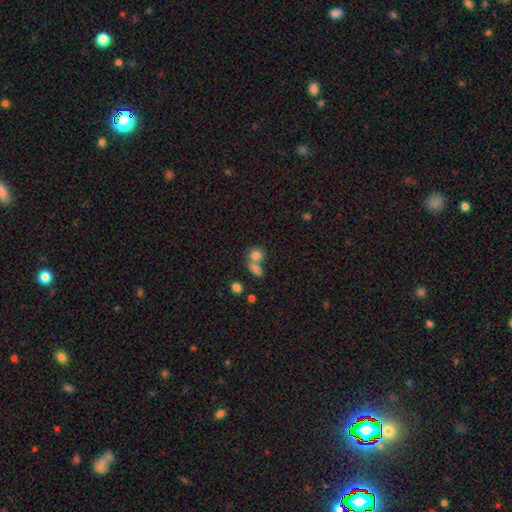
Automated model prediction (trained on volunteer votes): Overall: smooth (78%). How rounded: round (59%; in between 39%). Merging: merger (56%; none 31%).